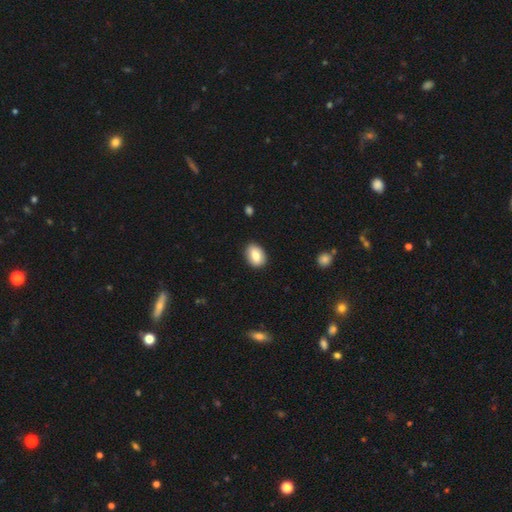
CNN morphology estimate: smooth_or_featured: smooth (p=0.81) [alt: featured or disk p=0.12]
how_rounded: in between (p=0.79) [alt: round p=0.20]
merging: none (p=0.86) [alt: minor disturbance p=0.11]